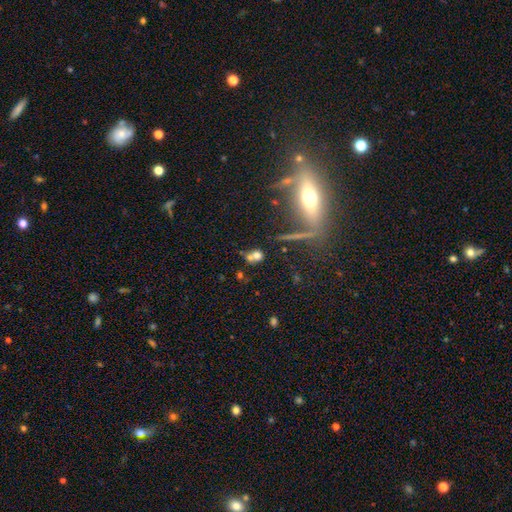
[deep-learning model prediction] A smooth galaxy with no disk features (64%) that is round (69%). Merging: none (49%).